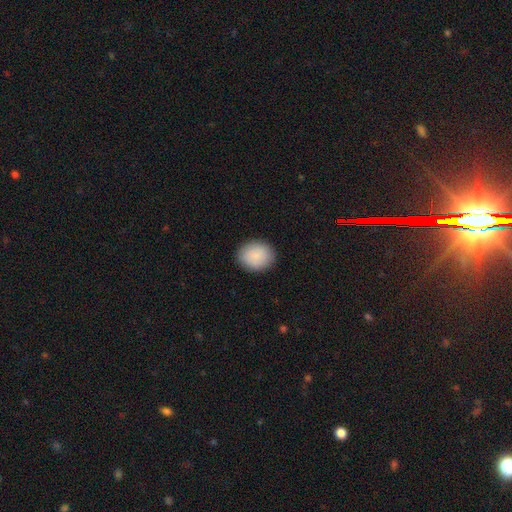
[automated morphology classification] Smooth or featured: smooth — 89% (star or artifact — 7%)
How rounded: round — 57% (in between — 42%)
Merging: none — 89% (minor disturbance — 8%)